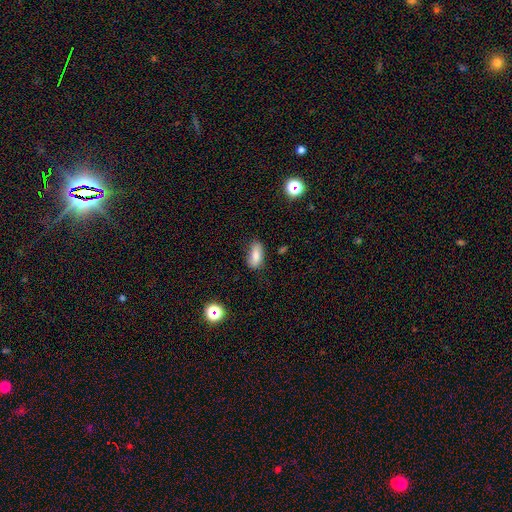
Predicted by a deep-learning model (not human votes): This is likely a smooth galaxy (78%). How rounded: clearly in between (86%). Merging: likely none (72%).